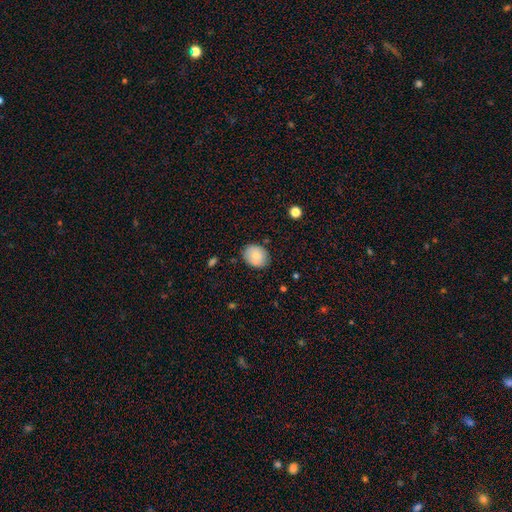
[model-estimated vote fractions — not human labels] This appears to be a smooth galaxy with no disk features (77%) that is round (58%). Merging: none (81%).